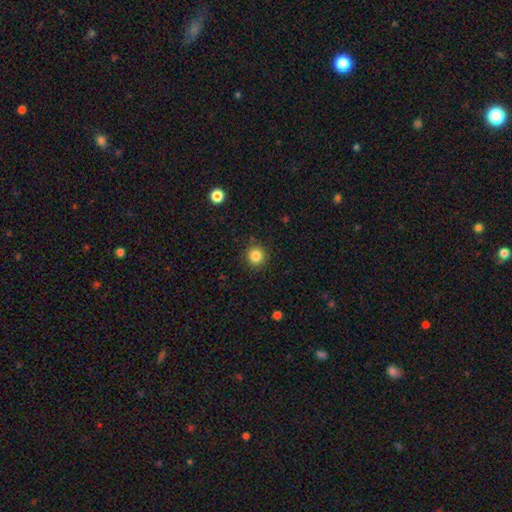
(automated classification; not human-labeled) Smooth or featured? Predicted: smooth (p=0.85). How rounded? Predicted: round (p=0.91). Merging? Predicted: none (p=0.90).